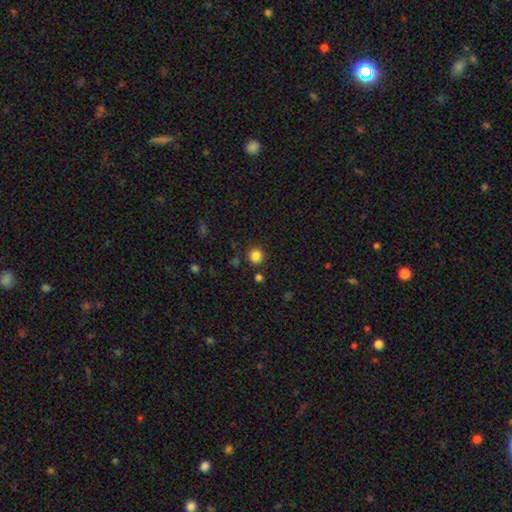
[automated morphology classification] type=smooth (84%); roundness=round (94%); merging=none (89%).